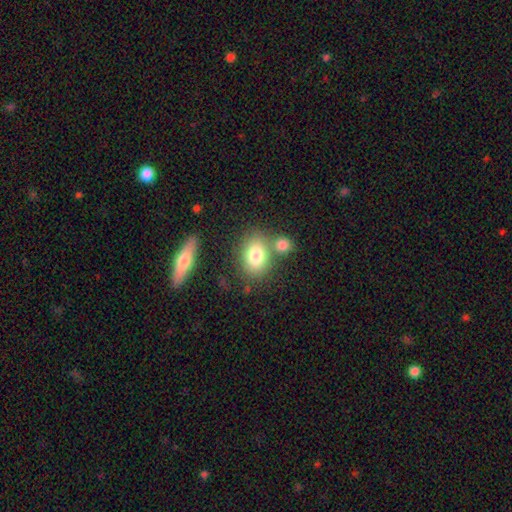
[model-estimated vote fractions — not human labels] smooth-or-featured: smooth: 79% | featured or disk: 13% | star or artifact: 8%
  how-rounded: in between: 72% | round: 26% | cigar-shaped: 2%
  merging: none: 59% | merger: 24% | minor disturbance: 12% | major disturbance: 4%